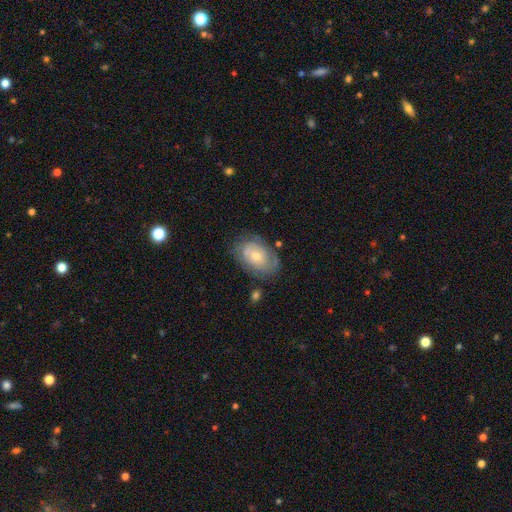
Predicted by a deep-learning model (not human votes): Smooth or featured?
  - featured or disk: 51% *
  - smooth: 42%
  - star or artifact: 7%
Edge-on disk?
  - no: 95% *
  - yes: 5%
Merging?
  - none: 66% *
  - minor disturbance: 23%
  - major disturbance: 8%
  - merger: 3%